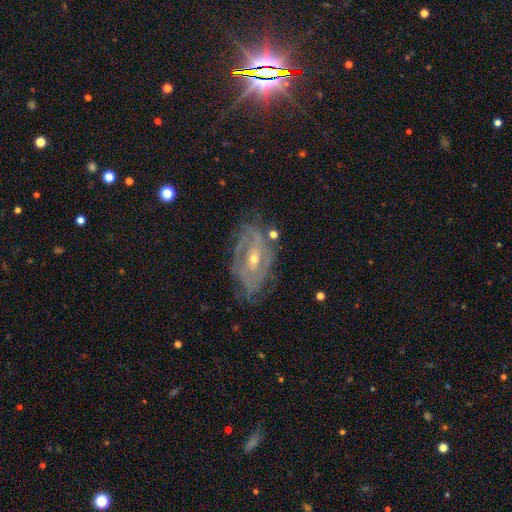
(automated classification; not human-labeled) Smooth or featured: featured or disk — 74% (star or artifact — 16%)
Edge-on disk: no — 92% (yes — 8%)
Bar: no — 42% (weak — 39%)
Spiral arms: yes — 86% (no — 14%)
Spiral winding: tight — 59% (medium — 30%)
Spiral arm count: can't tell — 42% (2 — 32%)
Bulge size: small — 59% (moderate — 38%)
Merging: none — 74% (minor disturbance — 17%)